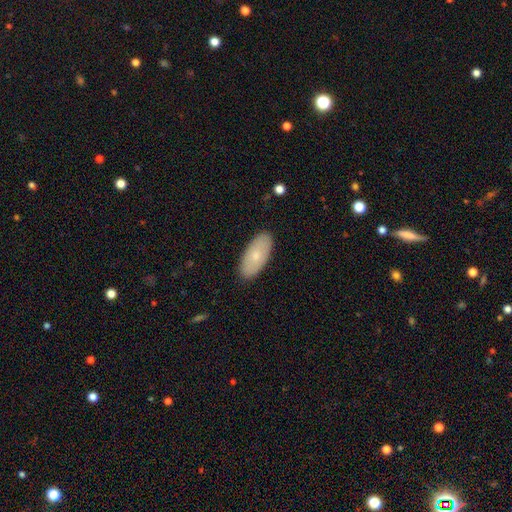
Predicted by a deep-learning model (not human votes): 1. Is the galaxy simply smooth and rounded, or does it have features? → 73% smooth, 21% featured or disk, 6% star or artifact.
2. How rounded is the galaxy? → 92% in between, 6% cigar-shaped, 2% round.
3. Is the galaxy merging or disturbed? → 88% none, 9% minor disturbance, 2% major disturbance, 1% merger.